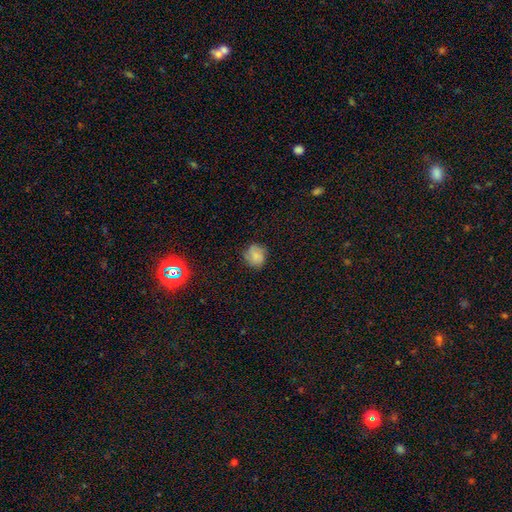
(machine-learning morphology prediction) Q: Smooth or featured?
A: smooth (78%); runner-up: featured or disk (11%)
Q: How rounded?
A: round (82%); runner-up: in between (17%)
Q: Merging?
A: none (77%); runner-up: minor disturbance (17%)